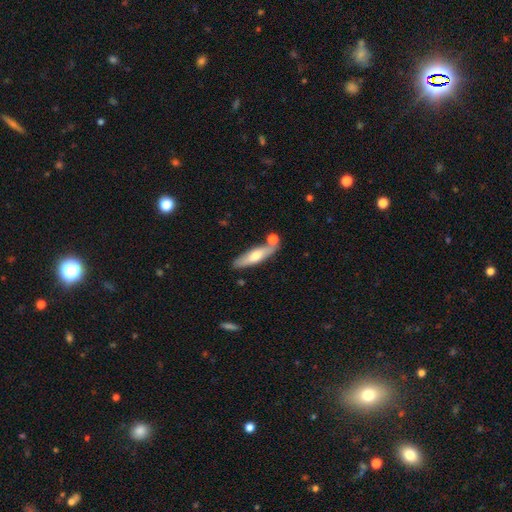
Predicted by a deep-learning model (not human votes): This appears to be a smooth galaxy with no disk features (56%) that is cigar-shaped (71%). Merging: none (73%).